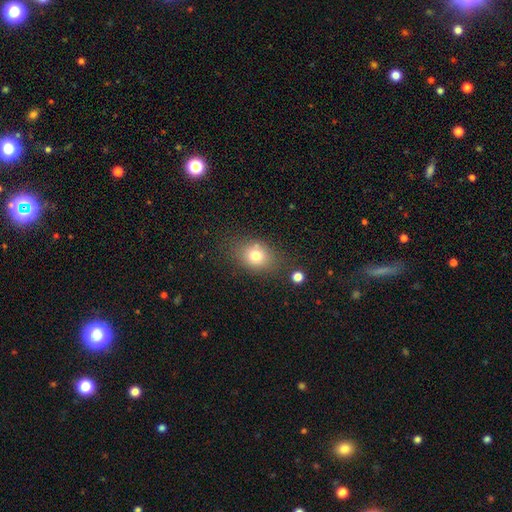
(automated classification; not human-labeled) This appears to be a smooth galaxy with no disk features (77%) that is in between round and cigar-shaped (59%). Merging: none (73%).